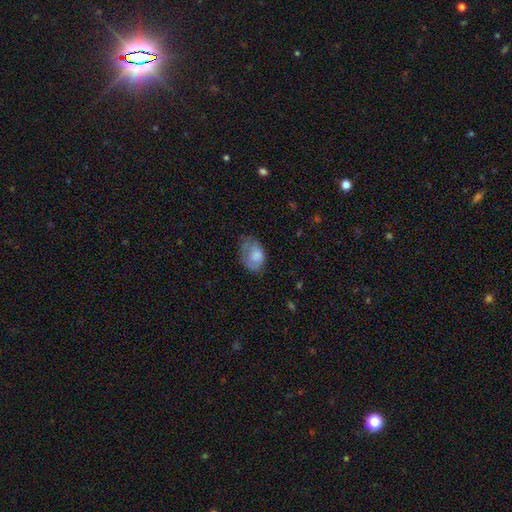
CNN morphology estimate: Smooth or featured? Predicted: smooth (p=0.75). How rounded? Predicted: in between (p=0.85). Merging? Predicted: none (p=0.42).